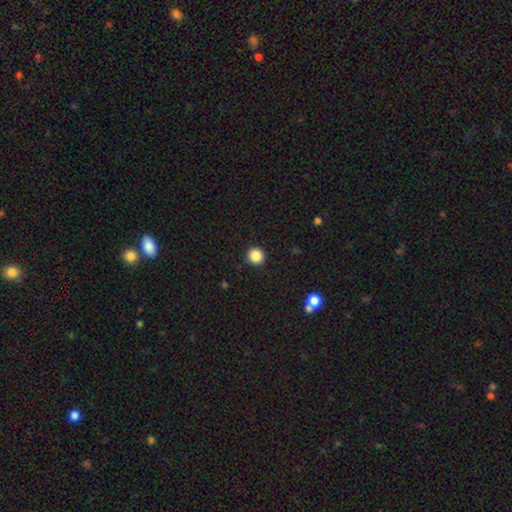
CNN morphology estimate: smooth 87%, star or artifact 10%, featured or disk 3%. Down the decision tree: how rounded — round (95%); merging — none (93%).